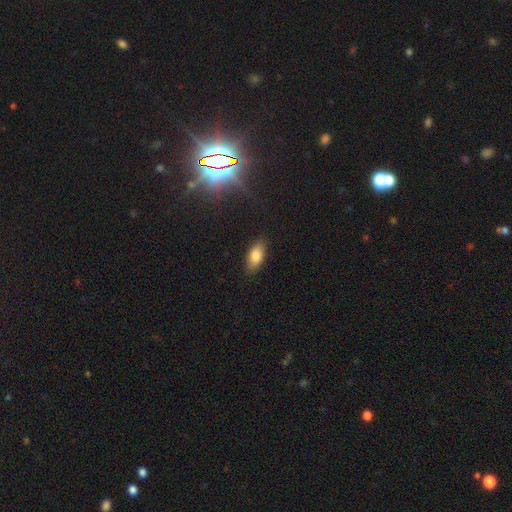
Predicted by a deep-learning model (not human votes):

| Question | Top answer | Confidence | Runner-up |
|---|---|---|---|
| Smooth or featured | smooth | 83% | featured or disk (10%) |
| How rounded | in between | 86% | cigar-shaped (11%) |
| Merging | none | 86% | minor disturbance (10%) |